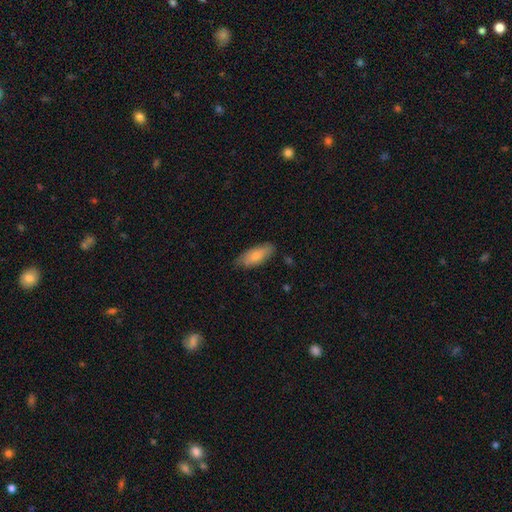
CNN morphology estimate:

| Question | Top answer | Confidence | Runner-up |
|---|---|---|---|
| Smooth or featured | smooth | 76% | featured or disk (18%) |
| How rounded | in between | 80% | cigar-shaped (18%) |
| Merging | none | 73% | minor disturbance (22%) |